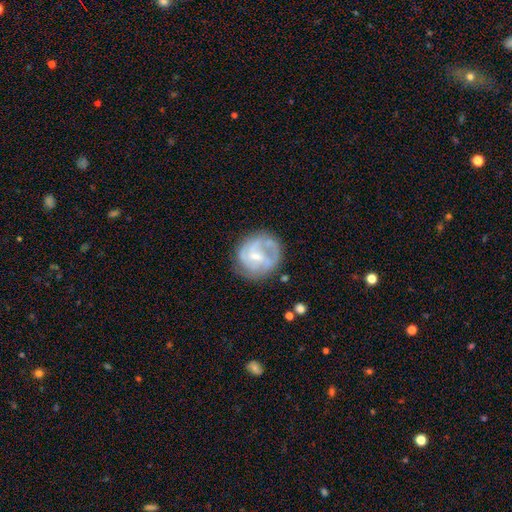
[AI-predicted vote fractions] This appears to be a featured or disk galaxy (70%) with a weak bar (48%), 2 (32%, tied with can't tell) medium (41%) spiral arms (79%) and a small central bulge (58%). Merging: none (62%).